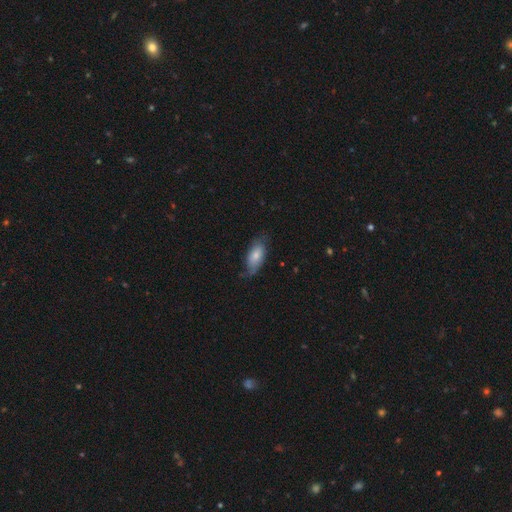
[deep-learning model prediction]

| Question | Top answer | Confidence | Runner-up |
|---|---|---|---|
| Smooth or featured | smooth | 70% | featured or disk (23%) |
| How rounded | in between | 90% | cigar-shaped (7%) |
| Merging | none | 57% | minor disturbance (31%) |